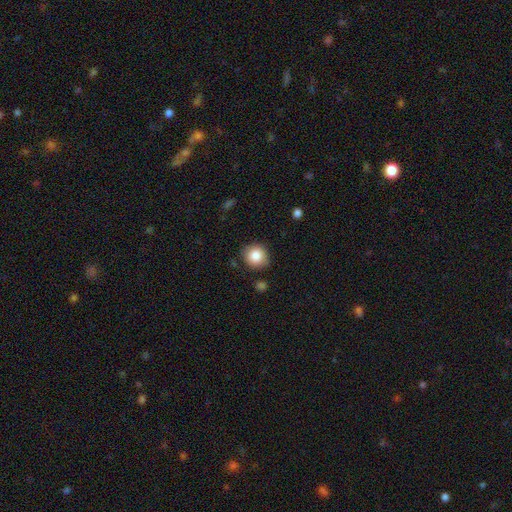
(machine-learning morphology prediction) smooth_or_featured: smooth (p=0.86) [alt: star or artifact p=0.09]
how_rounded: round (p=0.89) [alt: in between p=0.10]
merging: none (p=0.84) [alt: minor disturbance p=0.11]